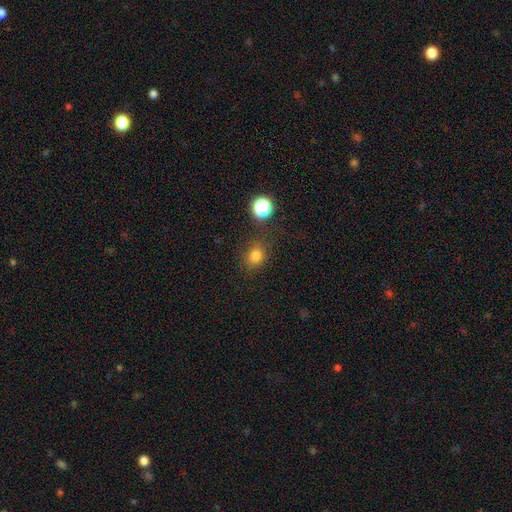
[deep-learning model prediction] The model was most divided on "how rounded": round: 69%, in between: 29%, cigar-shaped: 1%. More confident: merging — none (79%); smooth or featured — smooth (78%).